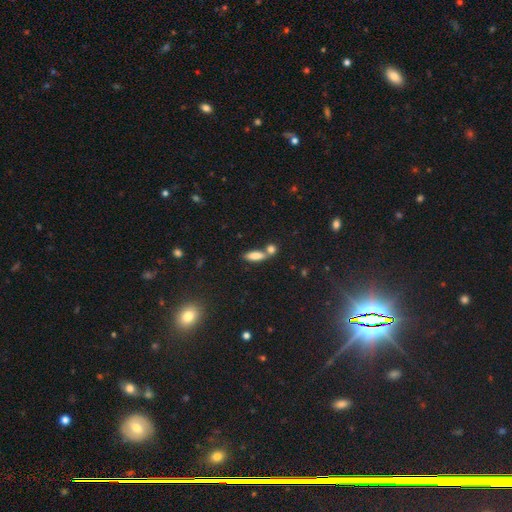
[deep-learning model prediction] A smooth galaxy with no disk features (81%) that is in between round and cigar-shaped (63%).

Vote fractions:
- Smooth or featured? smooth: 81% / star or artifact: 10% / featured or disk: 9%
- How rounded? in between: 63% / cigar-shaped: 33% / round: 4%
- Merging? none: 49% / merger: 37% / minor disturbance: 11% / major disturbance: 4%